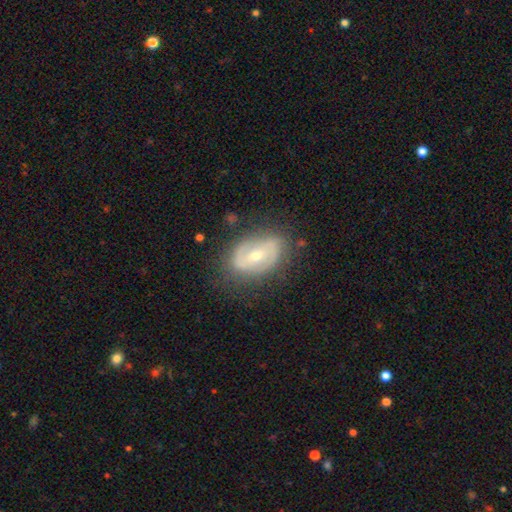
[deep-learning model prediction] A featured or disk galaxy (70%) with a weak bar (41%), spiral arms (66%) and a moderate central bulge (54%). Merging: none (72%).